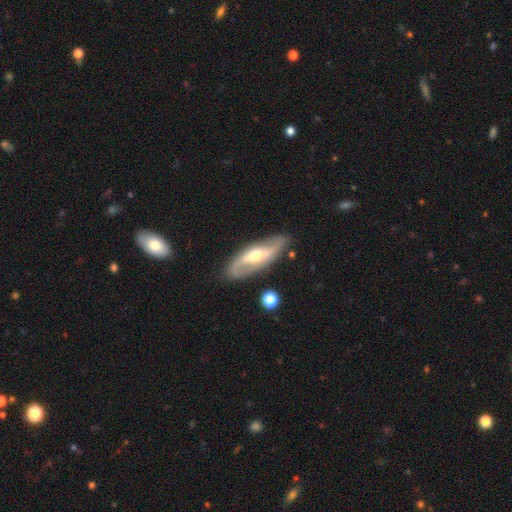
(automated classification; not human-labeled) featured or disk 75%, smooth 20%, star or artifact 5%. Down the decision tree: edge-on disk — no (83%); bar — weak (39%); spiral arms — yes (86%); spiral arm count — 2 (86%); spiral winding — loose (49%); bulge size — moderate (69%); merging — none (81%).